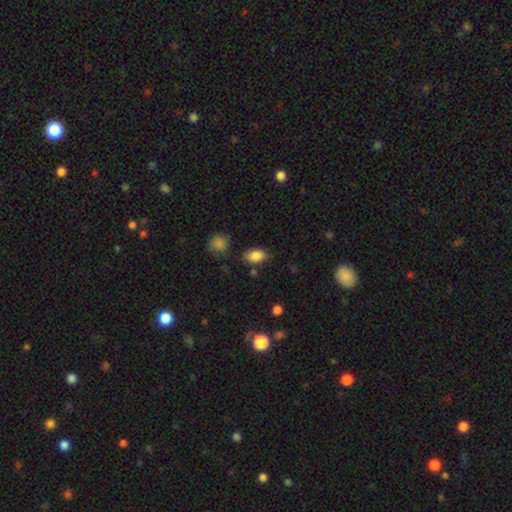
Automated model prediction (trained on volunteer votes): Smooth or featured?
  - smooth: 85% *
  - star or artifact: 8%
  - featured or disk: 7%
How rounded?
  - in between: 89% *
  - round: 9%
  - cigar-shaped: 2%
Merging?
  - none: 76% *
  - minor disturbance: 16%
  - merger: 4%
  - major disturbance: 4%